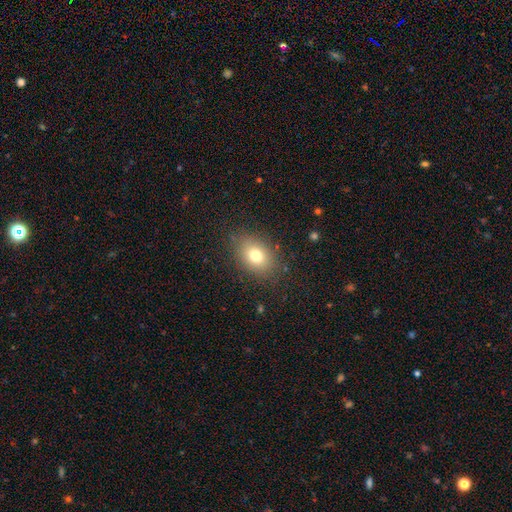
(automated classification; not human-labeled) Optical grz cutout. It shows a smooth galaxy with no disk features (76%) that is in between round and cigar-shaped (74%). Merging: none (83%).